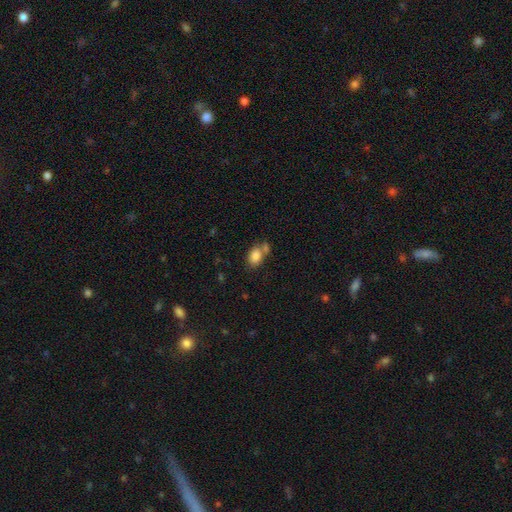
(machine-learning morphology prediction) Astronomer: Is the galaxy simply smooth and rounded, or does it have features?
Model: smooth — 84%.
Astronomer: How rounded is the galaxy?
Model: in between — 79%.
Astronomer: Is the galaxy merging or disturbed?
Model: none — 52% (runner-up: merger, 30%).